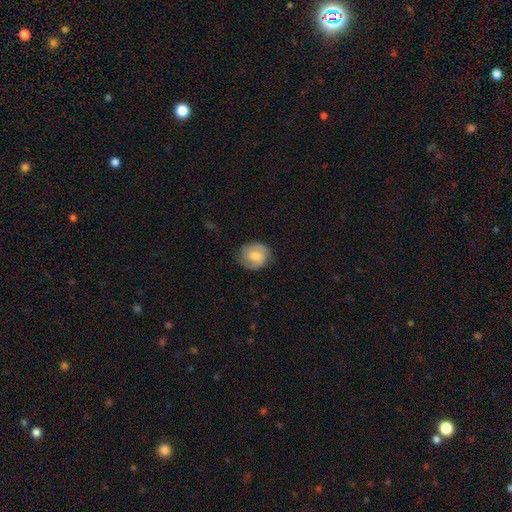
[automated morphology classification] This is possibly a featured or disk galaxy (48%). Merging: likely none (74%).